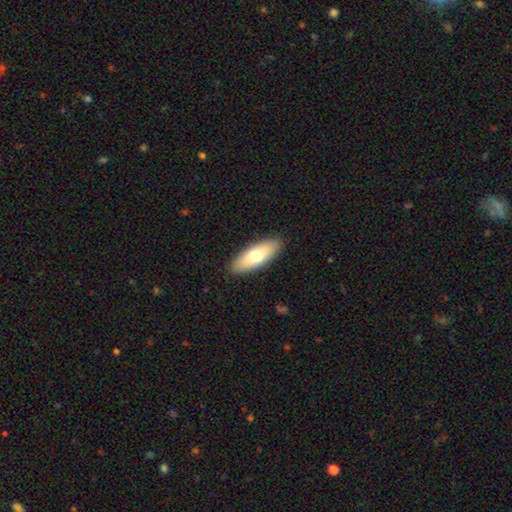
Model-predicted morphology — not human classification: This appears to be a smooth galaxy with no disk features (68%) that is in between round and cigar-shaped (70%). Merging: none (90%).